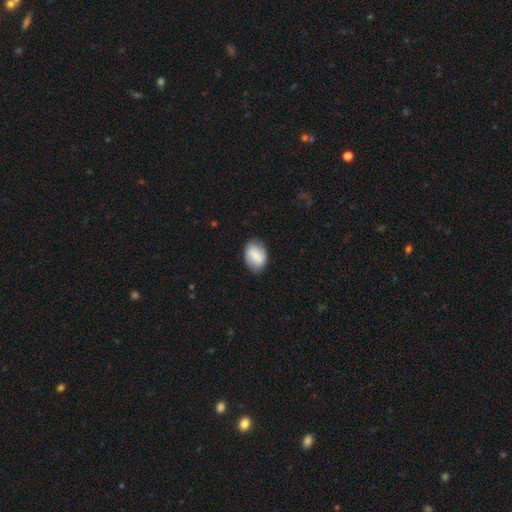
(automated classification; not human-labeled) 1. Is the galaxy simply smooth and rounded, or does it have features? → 72% smooth, 21% featured or disk, 7% star or artifact.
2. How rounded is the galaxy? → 75% in between, 24% round, 1% cigar-shaped.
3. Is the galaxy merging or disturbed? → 80% none, 15% minor disturbance, 3% major disturbance, 1% merger.